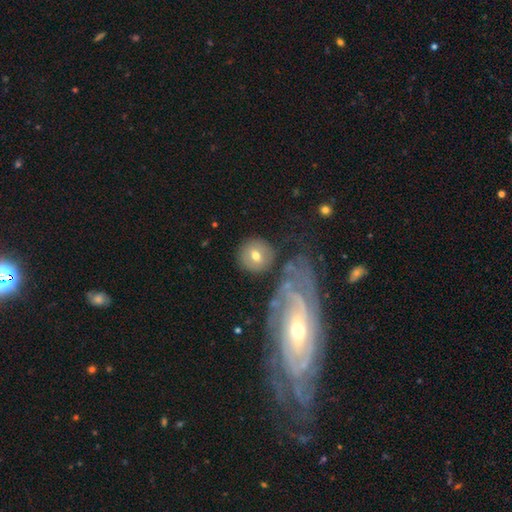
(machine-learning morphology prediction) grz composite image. It shows a smooth galaxy with no disk features (63%) that is round (89%). Merging: none (76%).